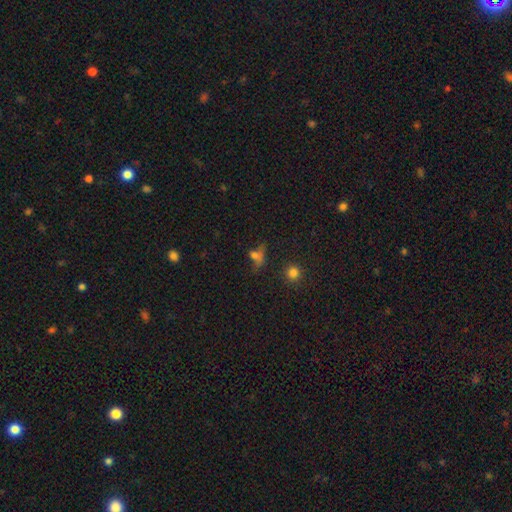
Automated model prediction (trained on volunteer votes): Smooth or featured?
  - smooth: 53% *
  - star or artifact: 28%
  - featured or disk: 19%
How rounded?
  - in between: 53% *
  - round: 35%
  - cigar-shaped: 12%
Merging?
  - none: 43% *
  - major disturbance: 21%
  - minor disturbance: 19%
  - merger: 18%